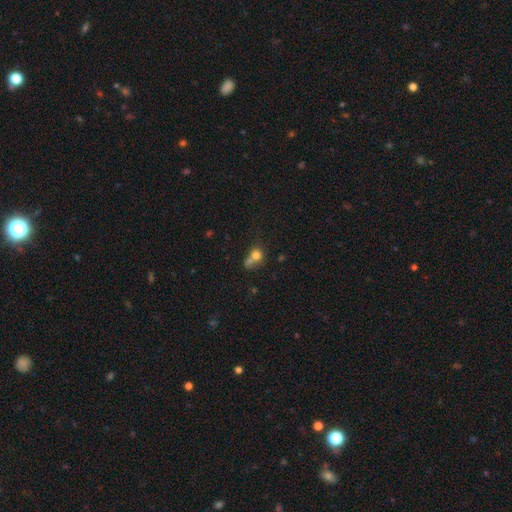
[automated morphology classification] A smooth galaxy with no disk features (74%) that is round (68%).

Vote fractions:
- Smooth or featured? smooth: 74% / featured or disk: 14% / star or artifact: 13%
- How rounded? round: 68% / in between: 31% / cigar-shaped: 2%
- Merging? merger: 44% / none: 32% / minor disturbance: 14% / major disturbance: 11%